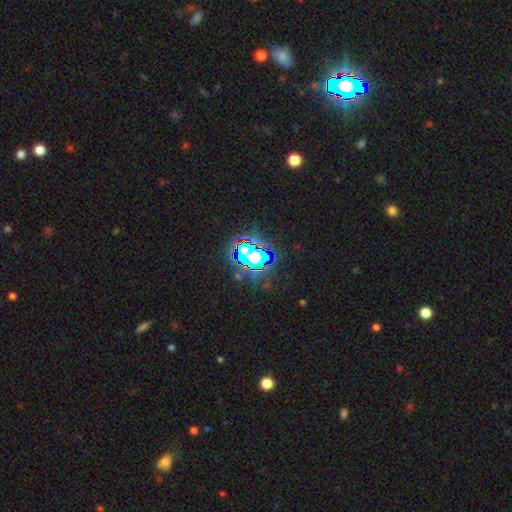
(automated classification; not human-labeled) Overall: star or artifact (70%).